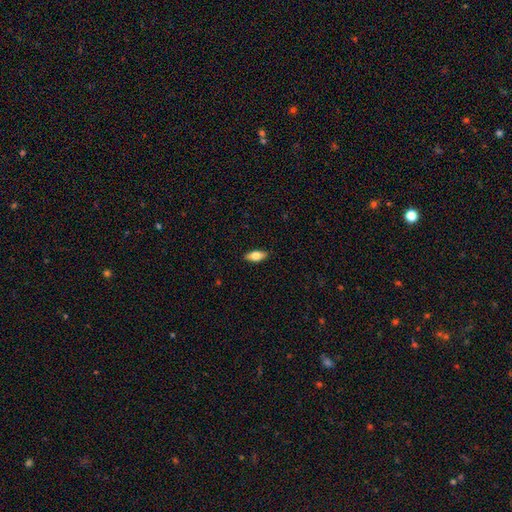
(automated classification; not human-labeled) Overall: smooth (74%). How rounded: in between (85%). Merging: none (89%).